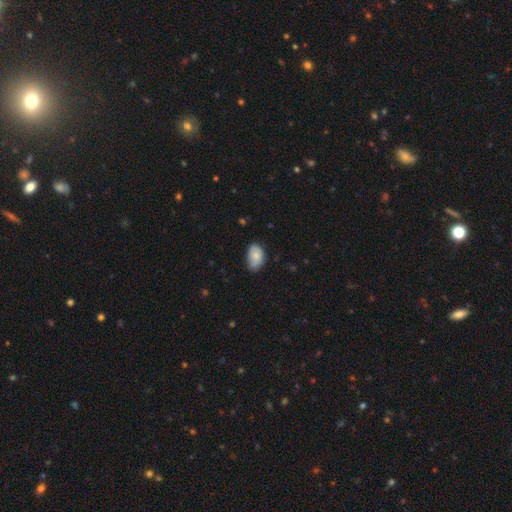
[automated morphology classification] smooth-or-featured: smooth: 77% | featured or disk: 16% | star or artifact: 7%
  how-rounded: in between: 89% | round: 10% | cigar-shaped: 1%
  merging: none: 57% | minor disturbance: 35% | major disturbance: 6% | merger: 2%